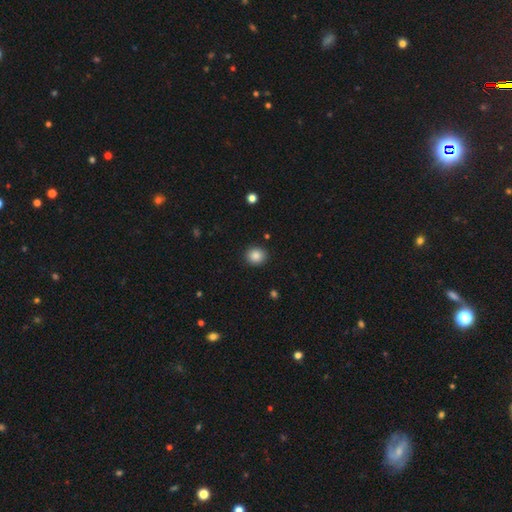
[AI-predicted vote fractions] smooth_or_featured: smooth (p=0.87) [alt: star or artifact p=0.09]
how_rounded: round (p=0.81) [alt: in between p=0.18]
merging: none (p=0.91) [alt: minor disturbance p=0.06]